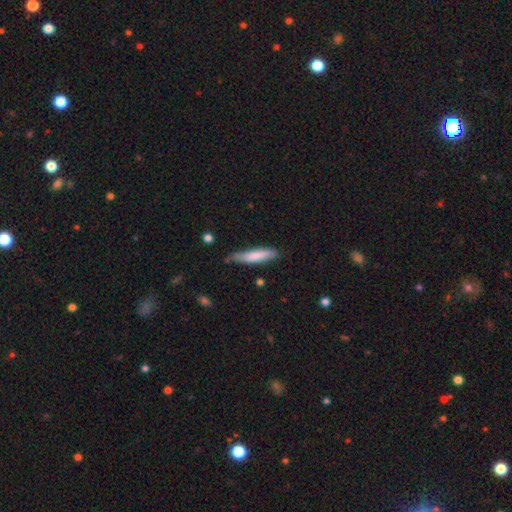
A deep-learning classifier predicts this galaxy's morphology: A smooth galaxy with no disk features (75%) that is cigar-shaped (83%). Merging: none (65%).